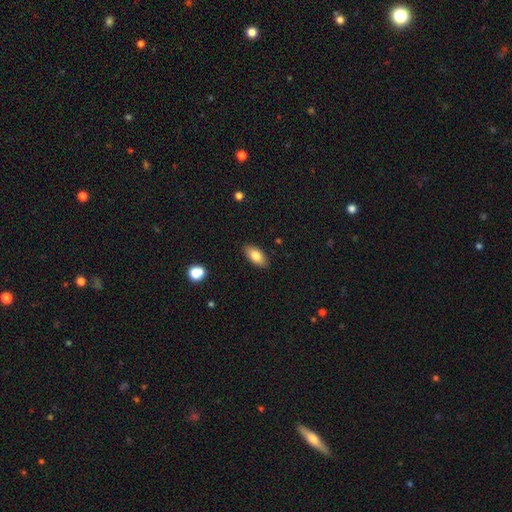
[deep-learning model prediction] Smooth or featured?
  - smooth: 81% *
  - featured or disk: 12%
  - star or artifact: 7%
How rounded?
  - in between: 89% *
  - cigar-shaped: 8%
  - round: 3%
Merging?
  - none: 88% *
  - minor disturbance: 9%
  - major disturbance: 2%
  - merger: 1%